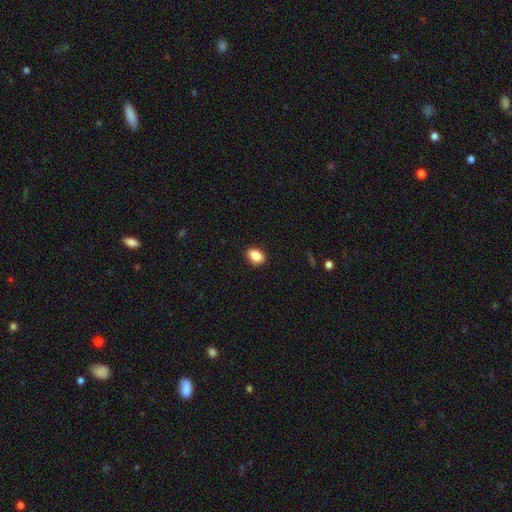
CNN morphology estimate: This is clearly a smooth galaxy (87%). How rounded: clearly in between (81%). Merging: clearly none (88%).